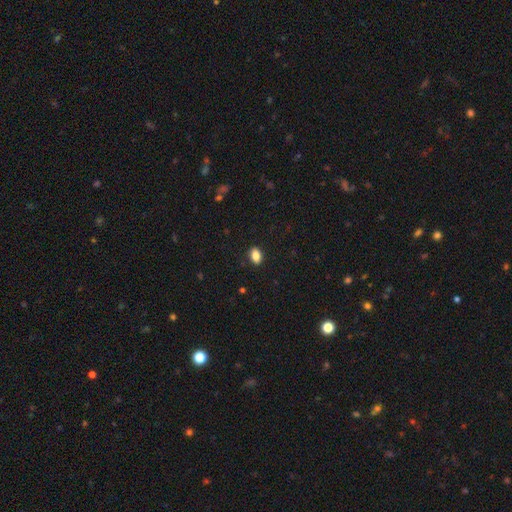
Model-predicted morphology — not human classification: smooth-or-featured: smooth: 86% | star or artifact: 9% | featured or disk: 5%
  how-rounded: in between: 83% | round: 15% | cigar-shaped: 2%
  merging: none: 89% | minor disturbance: 8% | major disturbance: 2% | merger: 1%